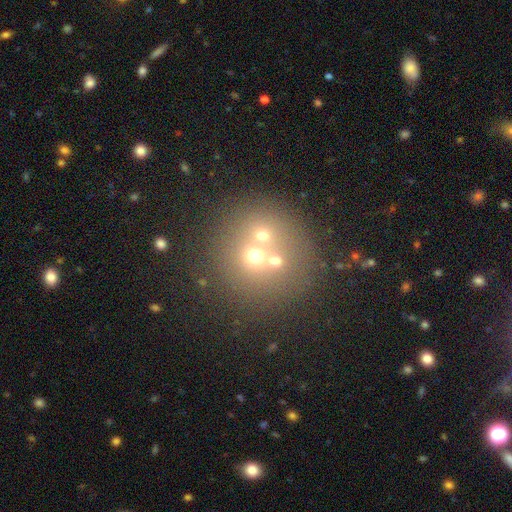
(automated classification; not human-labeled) Q: Smooth or featured?
A: smooth (53%); runner-up: featured or disk (24%)
Q: How rounded?
A: round (90%); runner-up: in between (9%)
Q: Merging?
A: none (47%); runner-up: merger (42%)